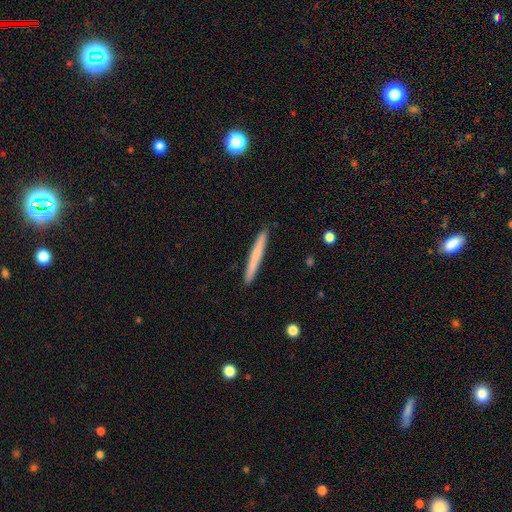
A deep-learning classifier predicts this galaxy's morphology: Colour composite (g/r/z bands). It shows a smooth galaxy with no disk features (67%) that is cigar-shaped (97%). Merging: none (92%).